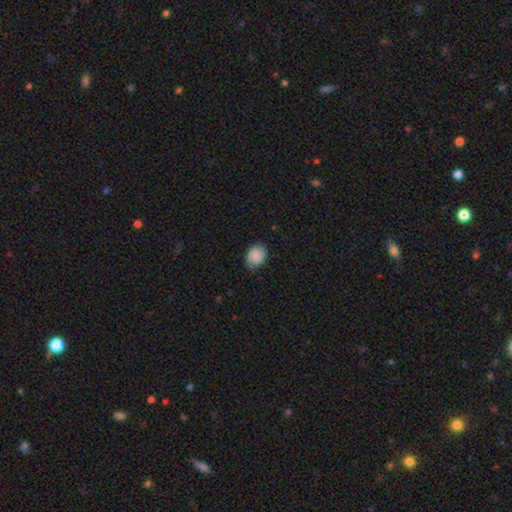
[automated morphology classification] The model was most divided on "how rounded": in between: 59%, round: 40%, cigar-shaped: 1%. More confident: smooth or featured — smooth (85%); merging — none (77%).